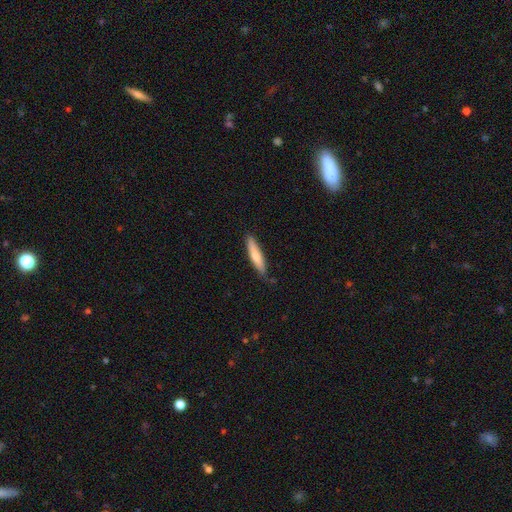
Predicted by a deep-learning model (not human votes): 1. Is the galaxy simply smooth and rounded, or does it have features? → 71% smooth, 24% featured or disk, 5% star or artifact.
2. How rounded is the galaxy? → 85% cigar-shaped, 14% in between, 1% round.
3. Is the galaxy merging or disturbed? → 80% none, 16% minor disturbance, 2% major disturbance, 2% merger.